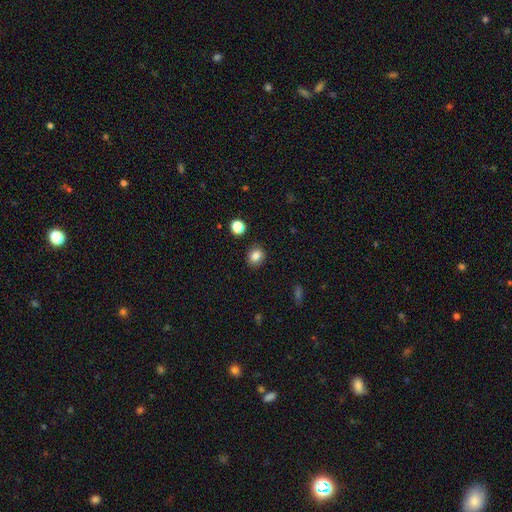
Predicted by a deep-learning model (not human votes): Q: Smooth or featured?
A: smooth (84%); runner-up: star or artifact (11%)
Q: How rounded?
A: round (73%); runner-up: in between (26%)
Q: Merging?
A: none (89%); runner-up: minor disturbance (7%)